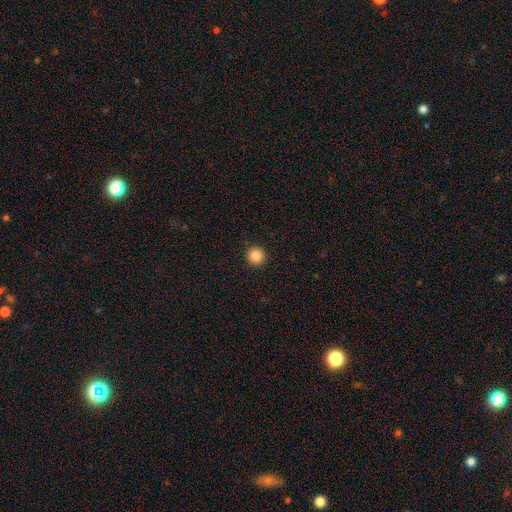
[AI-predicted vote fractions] Smooth or featured? Predicted: smooth (p=0.86). How rounded? Predicted: round (p=0.96). Merging? Predicted: none (p=0.93).